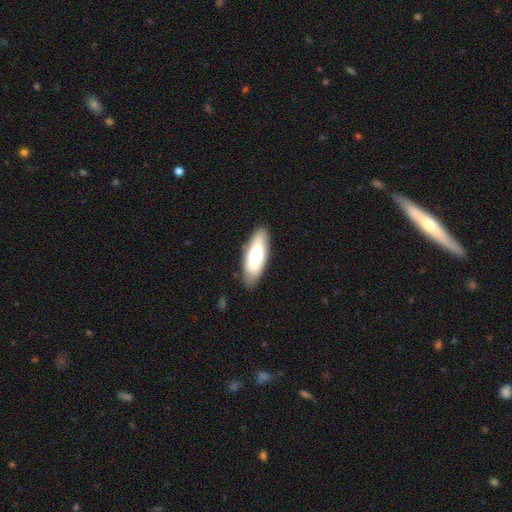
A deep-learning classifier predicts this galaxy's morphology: smooth_or_featured: smooth (p=0.64) [alt: featured or disk p=0.30]
how_rounded: in between (p=0.69) [alt: cigar-shaped p=0.28]
merging: none (p=0.83) [alt: minor disturbance p=0.13]